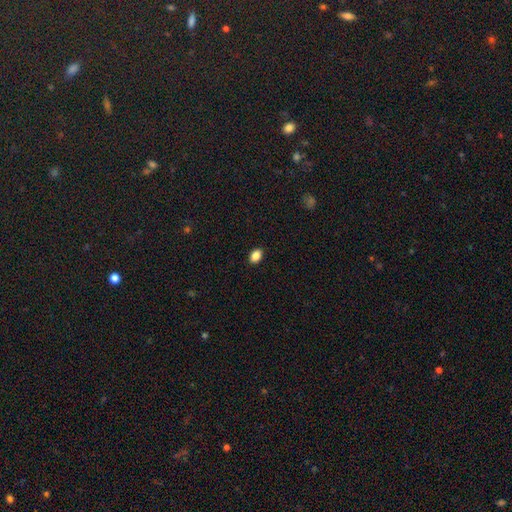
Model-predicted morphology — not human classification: smooth-or-featured: smooth: 87% | star or artifact: 9% | featured or disk: 3%
  how-rounded: in between: 81% | round: 18% | cigar-shaped: 1%
  merging: none: 90% | minor disturbance: 7% | major disturbance: 2% | merger: 1%